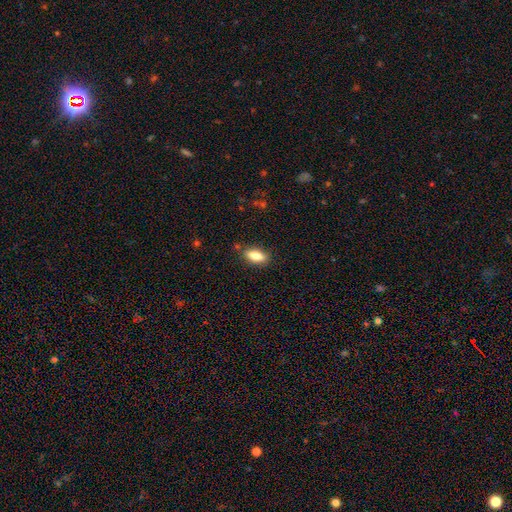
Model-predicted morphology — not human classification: type=smooth (82%); roundness=in between (82%); merging=none (84%).